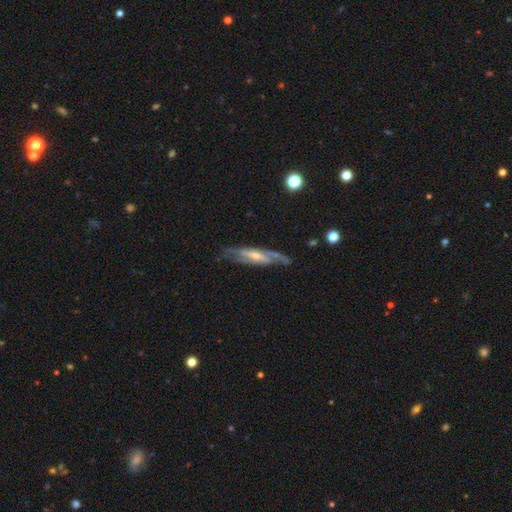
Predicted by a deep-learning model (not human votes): This appears to be a featured or disk galaxy (77%). Merging: none (69%).